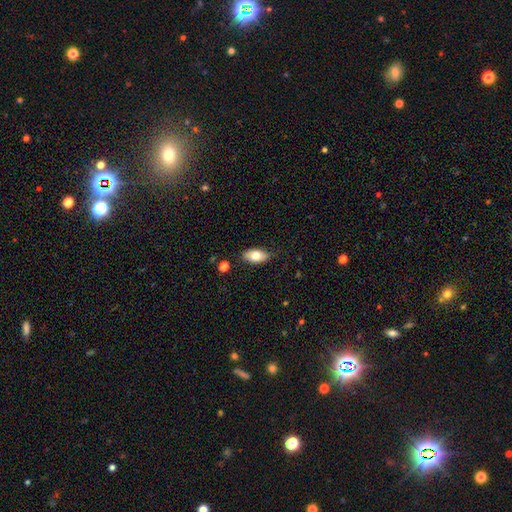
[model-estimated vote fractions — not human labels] A smooth galaxy with no disk features (75%) that is in between round and cigar-shaped (91%).

Vote fractions:
- Smooth or featured? smooth: 75% / featured or disk: 17% / star or artifact: 7%
- How rounded? in between: 91% / cigar-shaped: 5% / round: 4%
- Merging? none: 81% / minor disturbance: 14% / major disturbance: 3% / merger: 2%